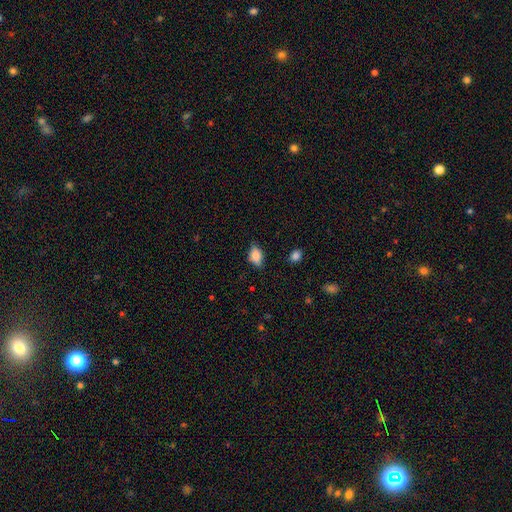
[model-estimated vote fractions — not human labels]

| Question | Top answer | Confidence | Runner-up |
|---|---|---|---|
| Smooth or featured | smooth | 83% | featured or disk (9%) |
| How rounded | in between | 86% | round (10%) |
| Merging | none | 73% | minor disturbance (21%) |